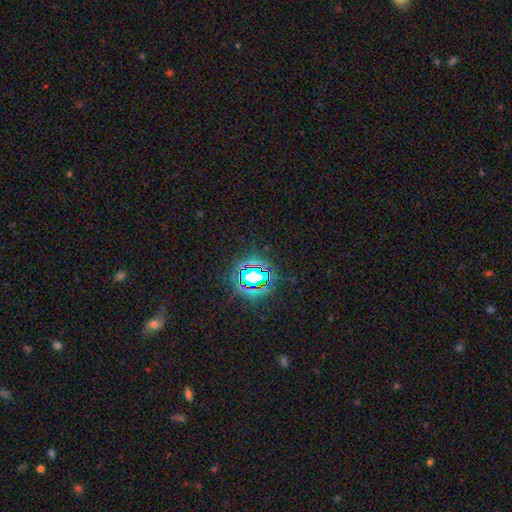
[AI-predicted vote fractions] Q: Smooth or featured?
A: star or artifact (79%); runner-up: smooth (14%)